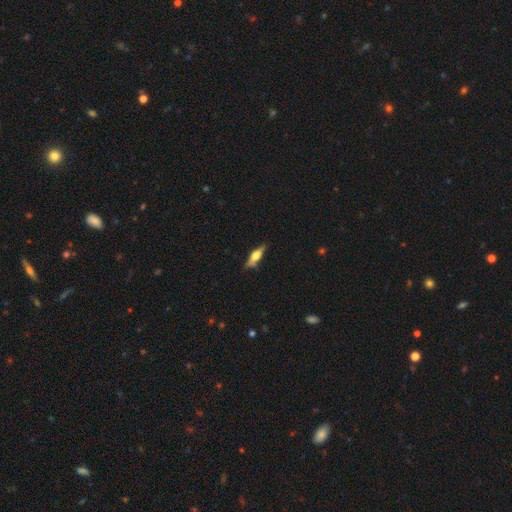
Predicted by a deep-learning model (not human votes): Smooth or featured?
  - featured or disk: 56% *
  - smooth: 38%
  - star or artifact: 7%
Edge-on disk?
  - yes: 93% *
  - no: 7%
Edge-on bulge?
  - rounded: 88% *
  - boxy: 9%
  - none: 3%
Merging?
  - none: 74% *
  - minor disturbance: 18%
  - major disturbance: 4%
  - merger: 4%